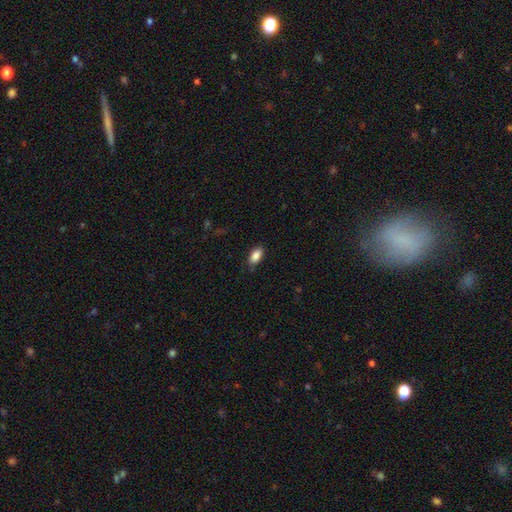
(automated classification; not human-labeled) Smooth or featured?
  - smooth: 87% *
  - star or artifact: 8%
  - featured or disk: 5%
How rounded?
  - in between: 92% *
  - cigar-shaped: 5%
  - round: 4%
Merging?
  - none: 83% *
  - minor disturbance: 13%
  - major disturbance: 3%
  - merger: 1%